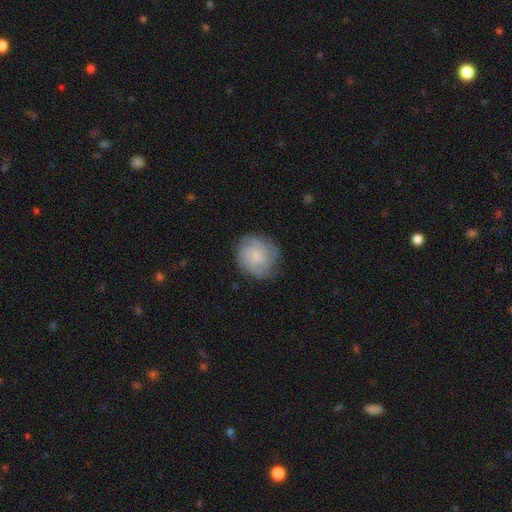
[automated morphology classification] The model was most divided on "smooth or featured": featured or disk: 53%, smooth: 39%, star or artifact: 8%. More confident: edge-on disk — no (98%); spiral arms — yes (87%); bar — no (78%); merging — none (75%); bulge size — small (55%).